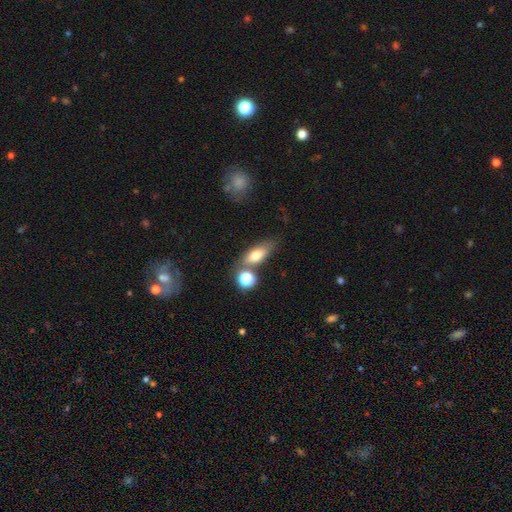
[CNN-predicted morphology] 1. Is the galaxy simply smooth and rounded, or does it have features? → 71% smooth, 19% featured or disk, 10% star or artifact.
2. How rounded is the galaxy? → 72% in between, 19% cigar-shaped, 9% round.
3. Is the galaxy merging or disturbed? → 59% none, 19% merger, 15% minor disturbance, 6% major disturbance.